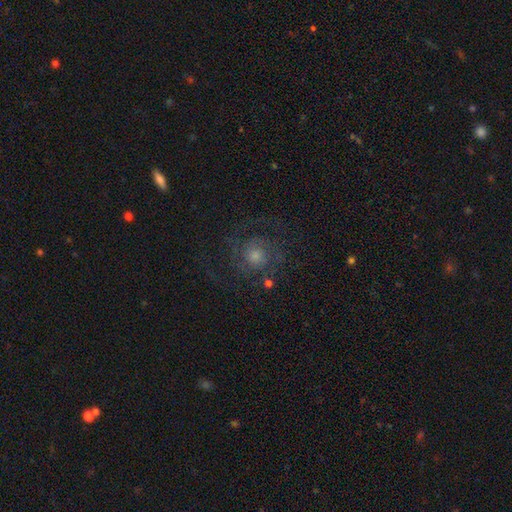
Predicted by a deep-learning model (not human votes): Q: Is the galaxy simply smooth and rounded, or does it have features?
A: featured or disk — 62%.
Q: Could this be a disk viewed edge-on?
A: no — 97%.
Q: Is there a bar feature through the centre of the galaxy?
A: no — 79%.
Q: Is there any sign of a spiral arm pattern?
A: yes — 87%.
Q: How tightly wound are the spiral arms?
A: medium — 42%.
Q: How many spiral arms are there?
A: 2 — 44%.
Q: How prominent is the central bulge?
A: moderate — 41%.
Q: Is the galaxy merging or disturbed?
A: none — 67%.